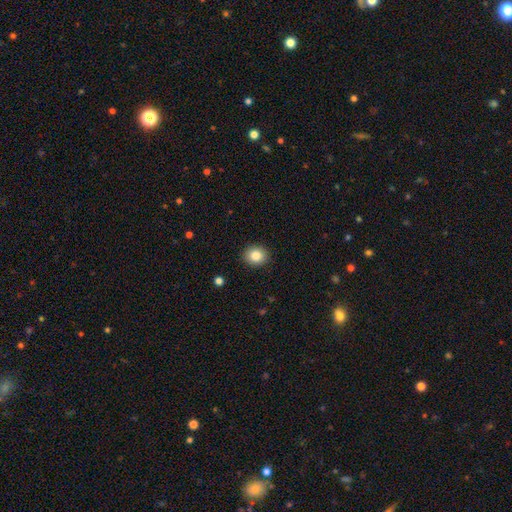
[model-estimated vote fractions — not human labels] A smooth galaxy with no disk features (84%) that is round (73%).

Vote fractions:
- Smooth or featured? smooth: 84% / star or artifact: 9% / featured or disk: 6%
- How rounded? round: 73% / in between: 27% / cigar-shaped: 1%
- Merging? none: 91% / minor disturbance: 6% / major disturbance: 2% / merger: 1%